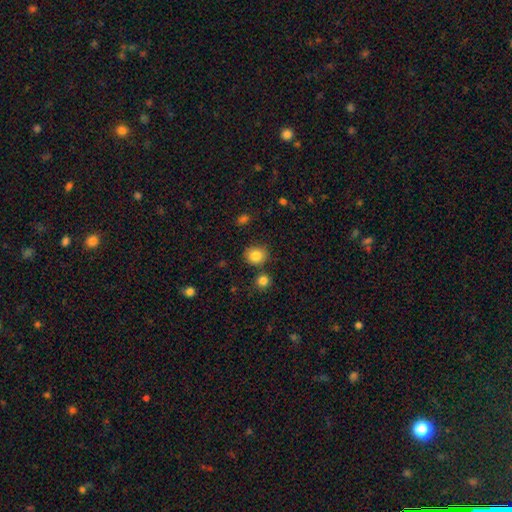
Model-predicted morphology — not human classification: smooth 84%, star or artifact 10%, featured or disk 6%. Down the decision tree: how rounded — round (75%); merging — none (79%).